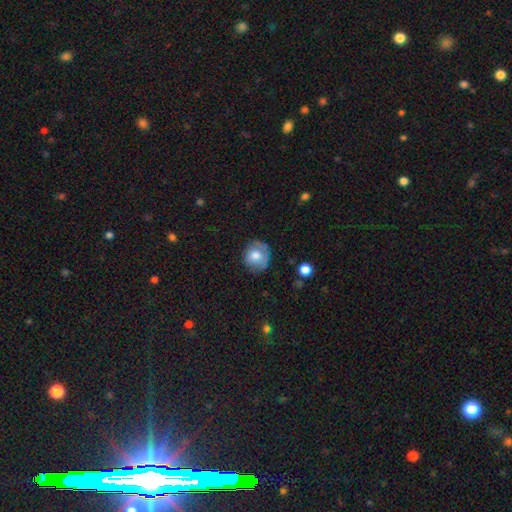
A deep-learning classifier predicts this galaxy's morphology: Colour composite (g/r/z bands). It shows a smooth galaxy with no disk features (69%) that is round (78%). Merging: none (69%).